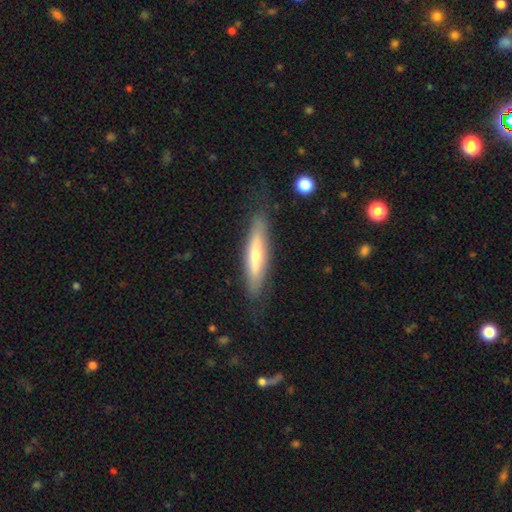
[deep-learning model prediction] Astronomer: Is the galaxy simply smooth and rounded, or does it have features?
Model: smooth — 48% (runner-up: featured or disk, 46%).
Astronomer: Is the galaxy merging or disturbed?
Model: none — 80%.